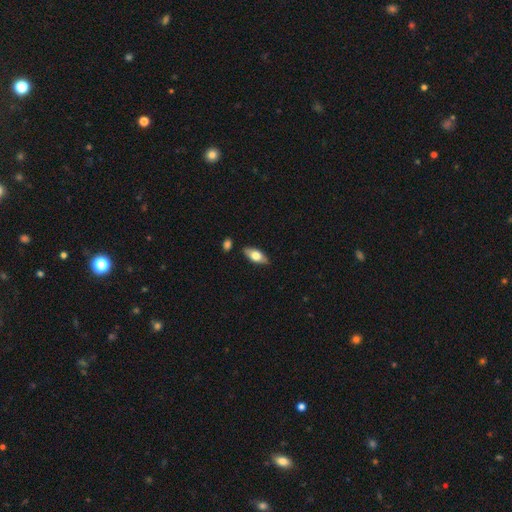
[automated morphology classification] This is likely a smooth galaxy (64%). How rounded: clearly in between (84%). Merging: clearly none (83%).